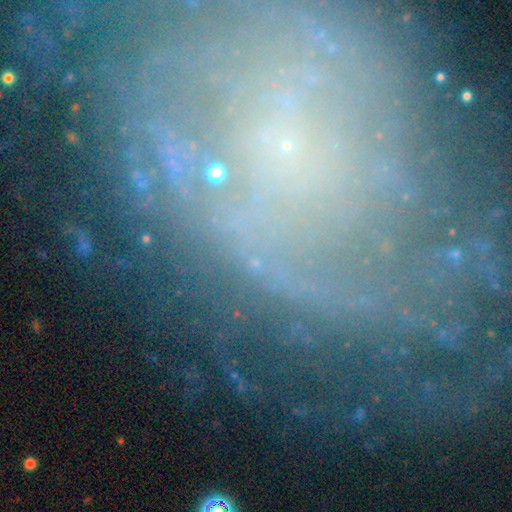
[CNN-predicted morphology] Smooth or featured?
  - featured or disk: 62% *
  - star or artifact: 21%
  - smooth: 17%
Edge-on disk?
  - no: 94% *
  - yes: 6%
Bar?
  - no: 73% *
  - weak: 18%
  - strong: 10%
Spiral arms?
  - yes: 76% *
  - no: 24%
Bulge size?
  - small: 73% *
  - none: 12%
  - moderate: 11%
  - large: 3%
  - dominant: 2%
Merging?
  - none: 66% *
  - minor disturbance: 17%
  - major disturbance: 13%
  - merger: 4%